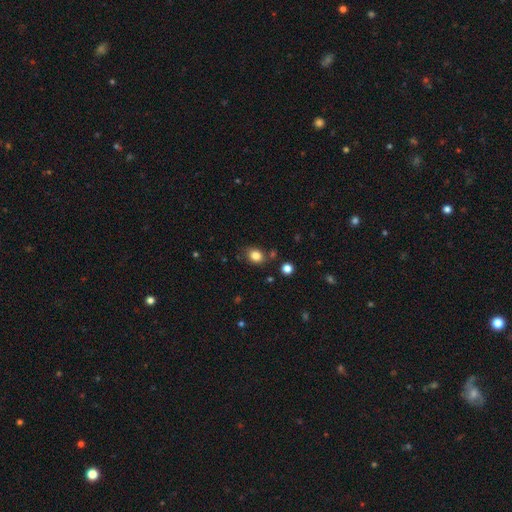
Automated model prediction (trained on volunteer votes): smooth 83%, star or artifact 11%, featured or disk 5%. Down the decision tree: how rounded — round (55%); merging — none (77%).